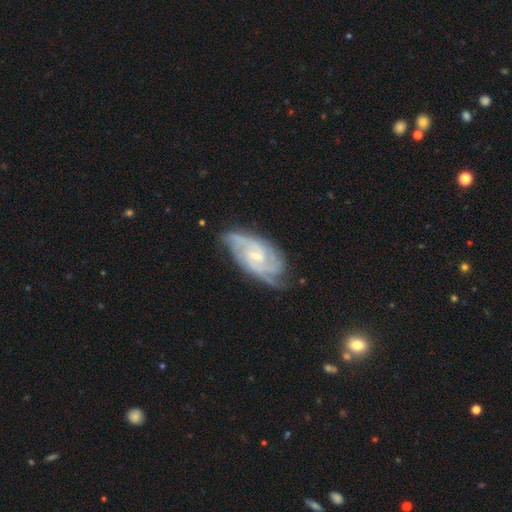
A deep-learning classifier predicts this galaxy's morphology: Smooth or featured? featured or disk (87%)
Edge-on disk? no (96%)
Bar? no (52%)
Spiral arms? yes (97%)
Spiral winding? tight (55%)
Spiral arm count? 3 (34%)
Bulge size? small (63%)
Merging? none (72%)